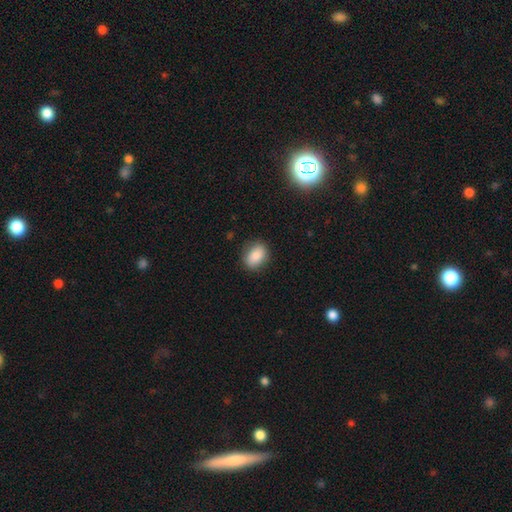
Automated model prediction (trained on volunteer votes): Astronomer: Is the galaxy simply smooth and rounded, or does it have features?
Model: smooth — 85%.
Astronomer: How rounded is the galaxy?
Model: in between — 71%.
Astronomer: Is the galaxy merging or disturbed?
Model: none — 84%.